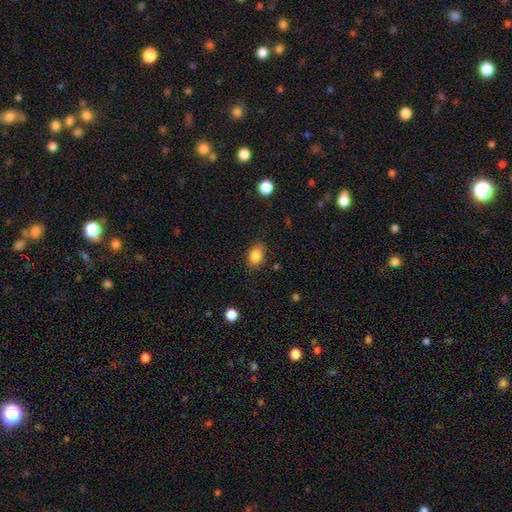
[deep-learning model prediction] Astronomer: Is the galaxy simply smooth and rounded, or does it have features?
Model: smooth — 86%.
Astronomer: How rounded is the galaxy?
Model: in between — 78%.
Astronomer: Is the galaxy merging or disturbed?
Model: none — 82%.